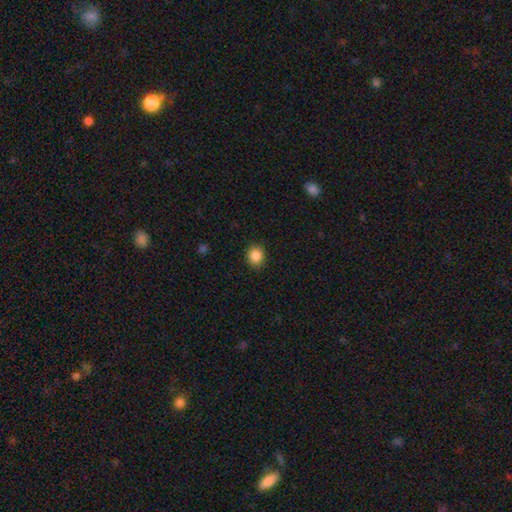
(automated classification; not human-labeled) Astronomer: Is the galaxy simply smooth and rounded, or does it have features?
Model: smooth — 87%.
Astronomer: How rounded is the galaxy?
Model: round — 78%.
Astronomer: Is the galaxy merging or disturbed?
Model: none — 89%.